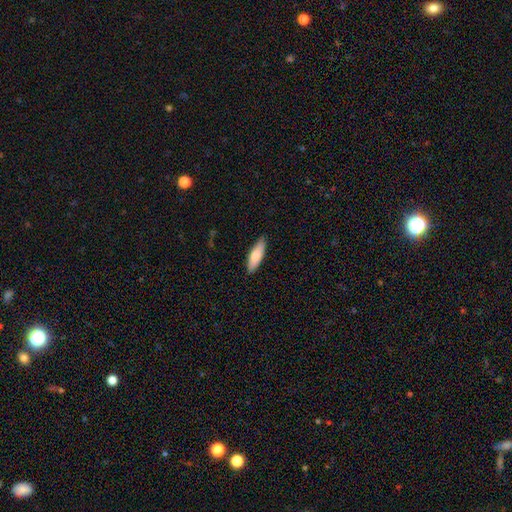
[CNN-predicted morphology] smooth-or-featured: smooth: 73% | featured or disk: 22% | star or artifact: 5%
  how-rounded: cigar-shaped: 53% | in between: 46% | round: 2%
  merging: none: 88% | minor disturbance: 9% | major disturbance: 2% | merger: 1%